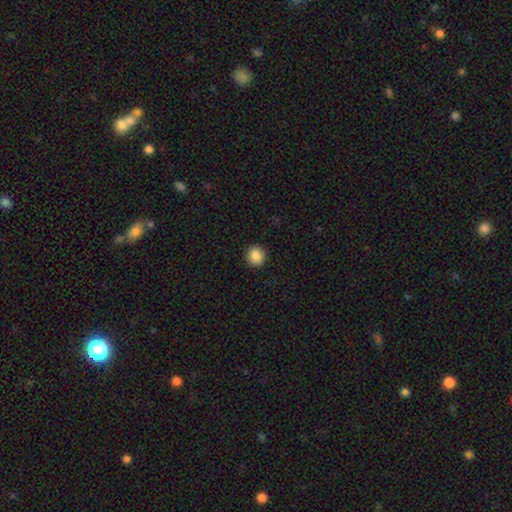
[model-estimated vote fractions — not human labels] This appears to be a smooth galaxy with no disk features (88%) that is round (91%). Merging: none (92%).